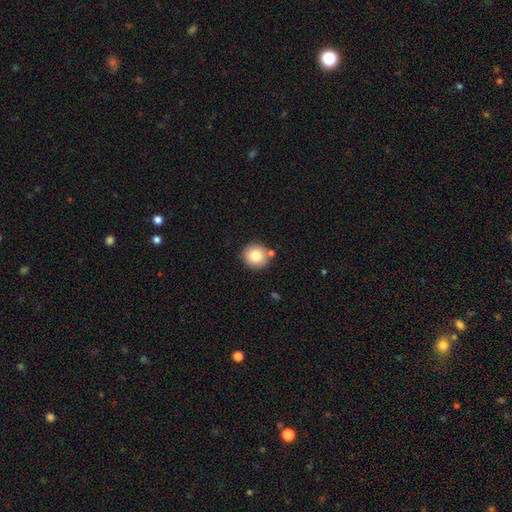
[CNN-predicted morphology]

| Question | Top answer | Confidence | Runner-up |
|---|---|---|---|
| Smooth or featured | smooth | 81% | star or artifact (10%) |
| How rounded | round | 92% | in between (7%) |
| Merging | none | 81% | minor disturbance (9%) |